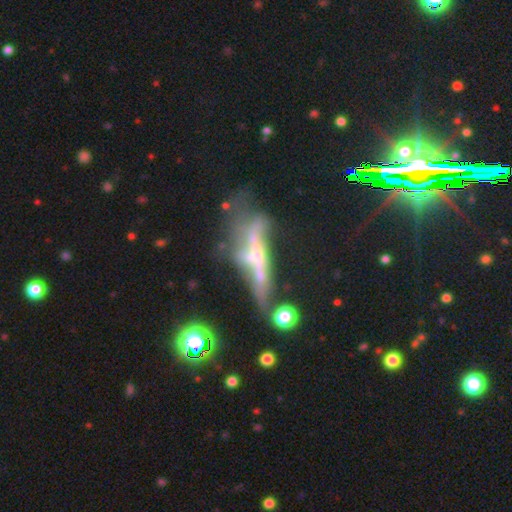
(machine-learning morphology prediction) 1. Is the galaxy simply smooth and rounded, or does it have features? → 65% featured or disk, 21% smooth, 14% star or artifact.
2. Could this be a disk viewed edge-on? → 50% yes (tied), 50% no (tied).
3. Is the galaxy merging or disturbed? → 30% merger, 29% major disturbance, 26% none, 15% minor disturbance.